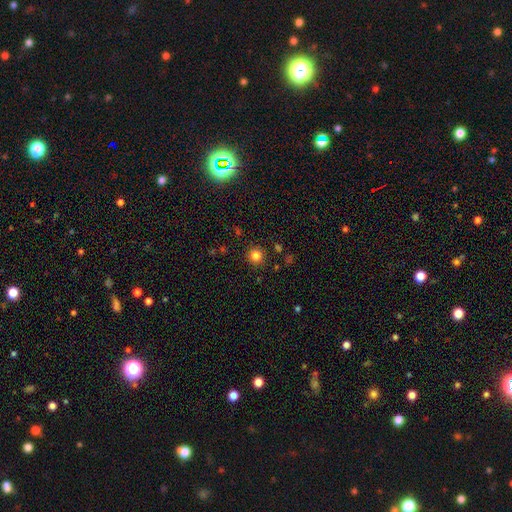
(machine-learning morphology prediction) smooth_or_featured: smooth (p=0.81) [alt: star or artifact p=0.14]
how_rounded: round (p=0.94) [alt: in between p=0.05]
merging: none (p=0.90) [alt: minor disturbance p=0.06]